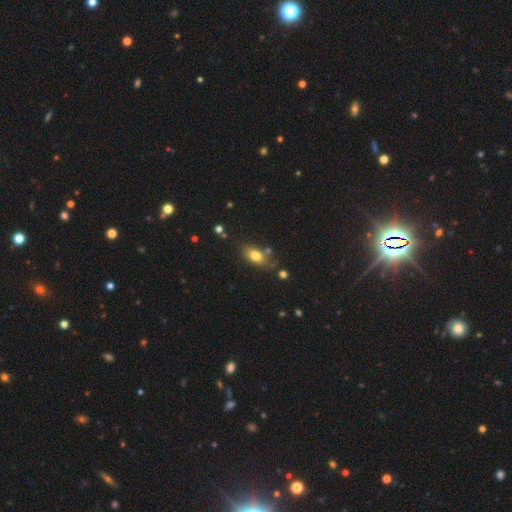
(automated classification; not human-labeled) Morphology: type=smooth (77%); roundness=in between (83%); merging=none (69%).